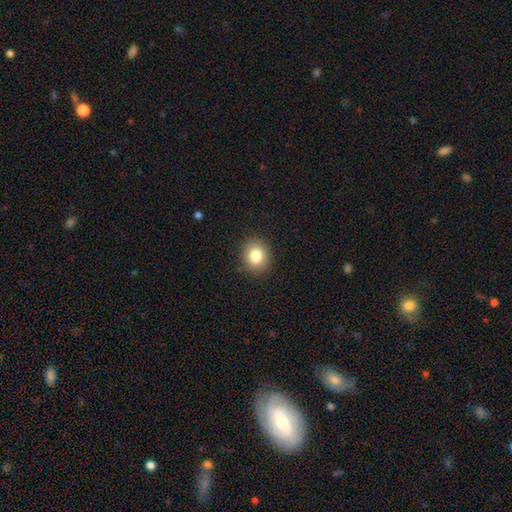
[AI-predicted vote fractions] Smooth or featured?
  - smooth: 82% *
  - star or artifact: 10%
  - featured or disk: 8%
How rounded?
  - round: 67% *
  - in between: 32%
  - cigar-shaped: 1%
Merging?
  - none: 89% *
  - minor disturbance: 8%
  - major disturbance: 2%
  - merger: 1%